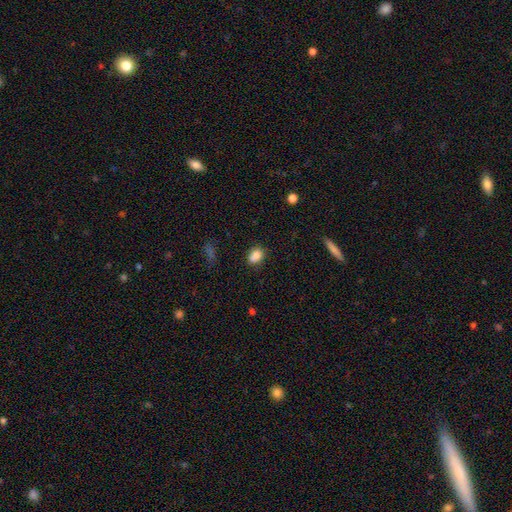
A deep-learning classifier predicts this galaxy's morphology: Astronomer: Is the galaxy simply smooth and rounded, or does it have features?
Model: smooth — 81%.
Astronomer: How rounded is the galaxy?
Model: in between — 62%.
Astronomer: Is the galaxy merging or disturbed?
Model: none — 59%.